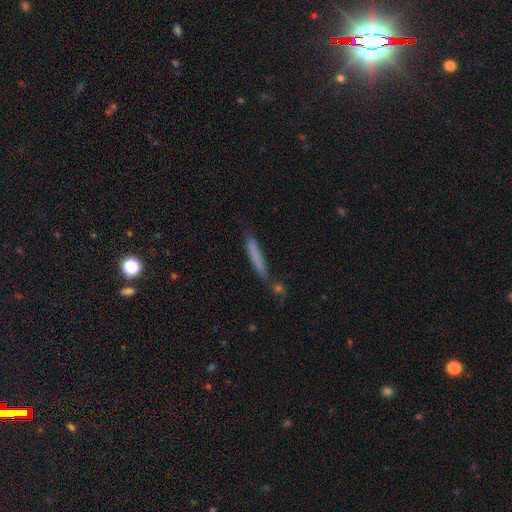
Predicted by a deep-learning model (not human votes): This appears to be a smooth galaxy with no disk features (70%) that is cigar-shaped (95%). Merging: none (69%).